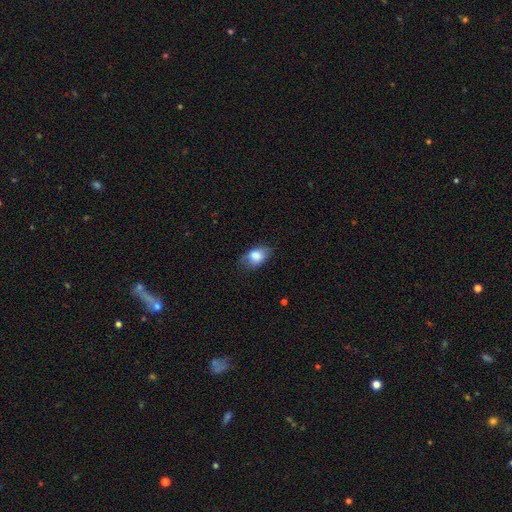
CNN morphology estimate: smooth_or_featured: smooth (p=0.79) [alt: featured or disk p=0.13]
how_rounded: in between (p=0.85) [alt: round p=0.13]
merging: none (p=0.66) [alt: minor disturbance p=0.26]